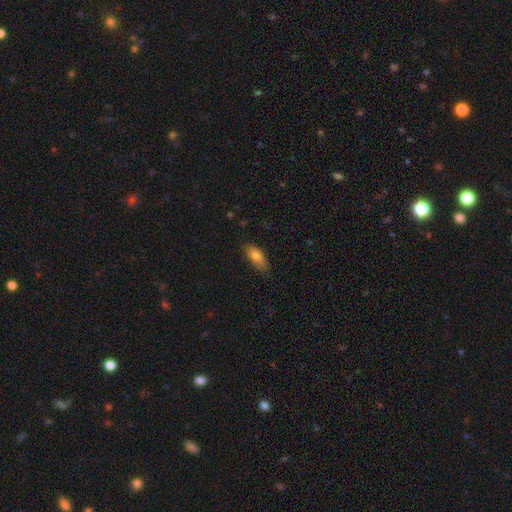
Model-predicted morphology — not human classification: type=smooth (79%); roundness=in between (82%); merging=none (73%).